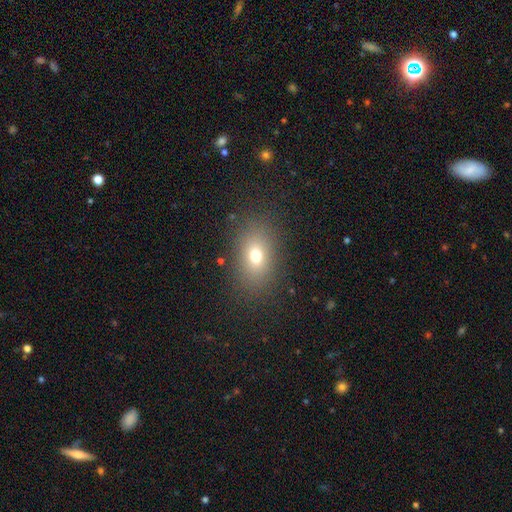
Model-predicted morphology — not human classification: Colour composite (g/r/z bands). It shows a smooth galaxy with no disk features (70%) that is in between round and cigar-shaped (73%). Merging: none (85%).